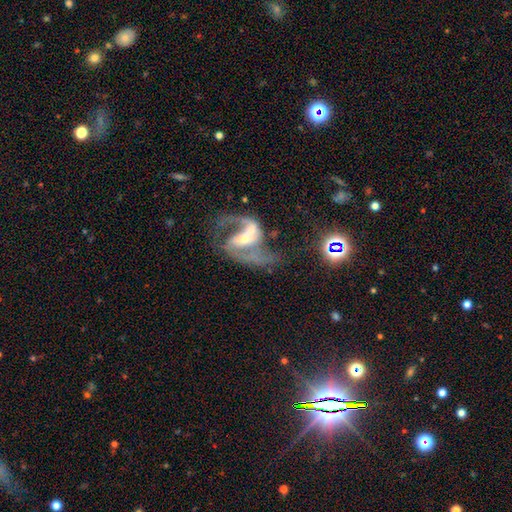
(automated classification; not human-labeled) This appears to be a featured or disk galaxy (85%) with a weak bar (36%), 2 (85%) loose (48%) spiral arms (92%) and a small central bulge (48%). Merging: none (37%).